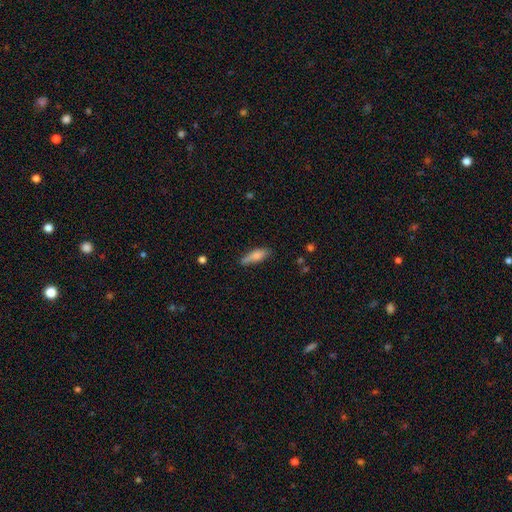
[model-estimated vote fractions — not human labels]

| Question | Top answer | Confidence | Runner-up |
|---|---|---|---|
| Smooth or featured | smooth | 79% | featured or disk (14%) |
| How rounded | cigar-shaped | 49% | tied: in between (49%) |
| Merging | none | 64% | minor disturbance (26%) |